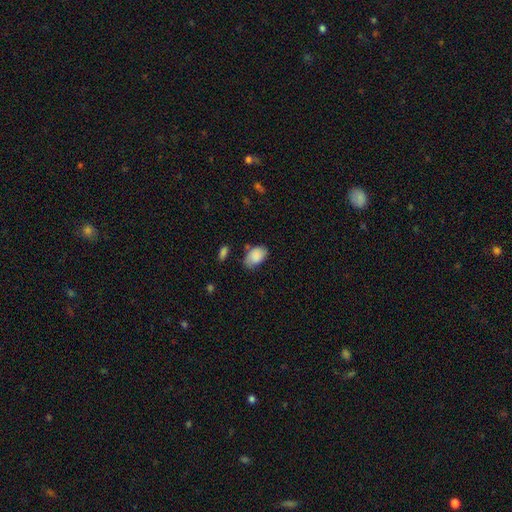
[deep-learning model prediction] Smooth or featured? smooth (87%)
How rounded? in between (90%)
Merging? none (65%)